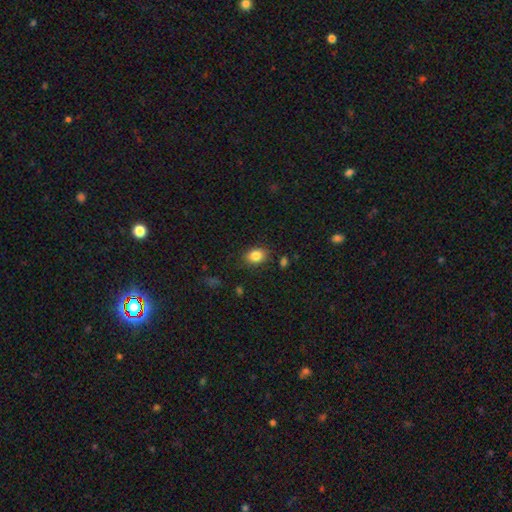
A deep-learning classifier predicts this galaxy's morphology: Overall: smooth (84%). How rounded: in between (69%; round 30%). Merging: none (84%).